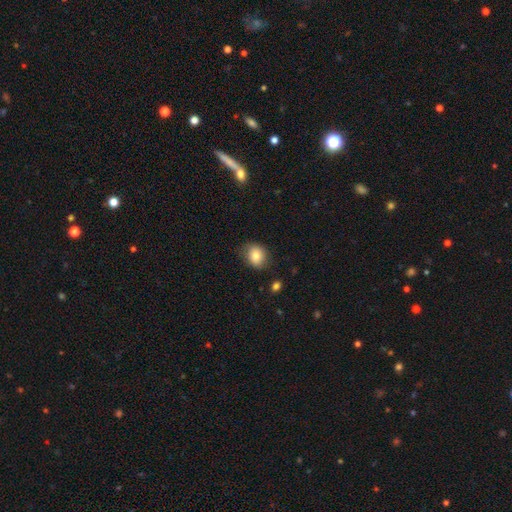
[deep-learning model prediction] smooth_or_featured: smooth (p=0.81) [alt: featured or disk p=0.10]
how_rounded: round (p=0.59) [alt: in between p=0.40]
merging: none (p=0.72) [alt: minor disturbance p=0.21]